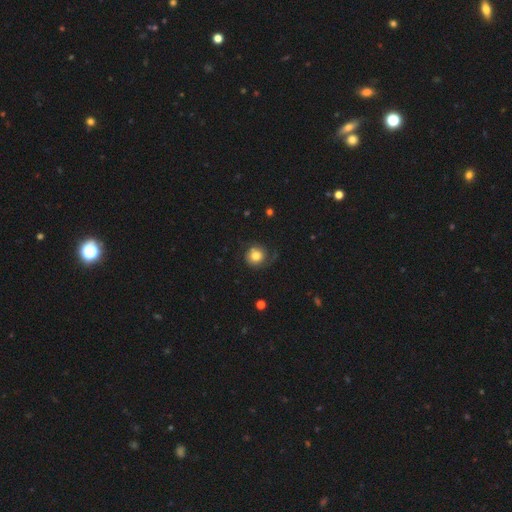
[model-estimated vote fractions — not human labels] A smooth galaxy with no disk features (65%) that is round (89%). Merging: none (61%).